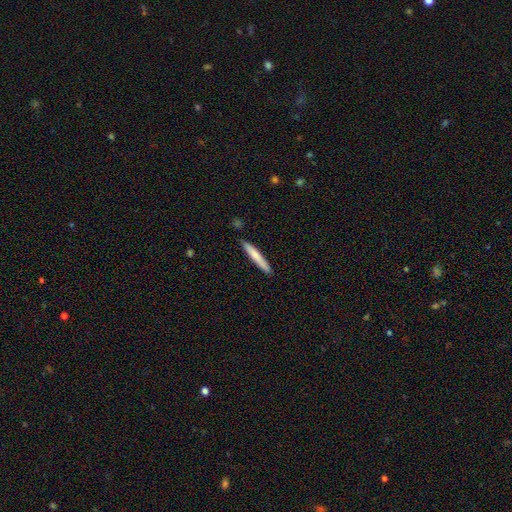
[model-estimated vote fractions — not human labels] This is likely a smooth galaxy (73%). How rounded: clearly cigar-shaped (95%). Merging: clearly none (88%).